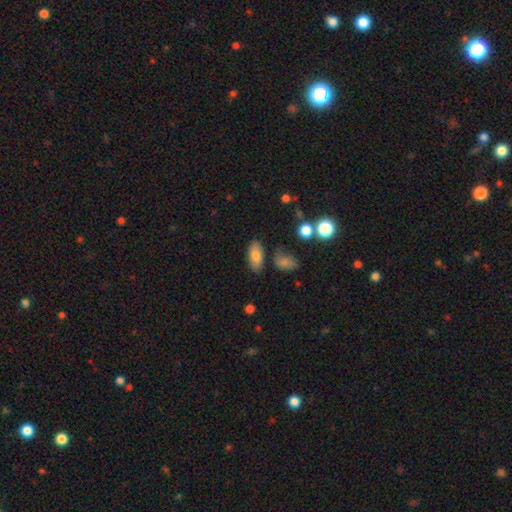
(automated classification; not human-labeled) Q: Smooth or featured?
A: smooth (79%); runner-up: featured or disk (12%)
Q: How rounded?
A: in between (88%); runner-up: cigar-shaped (8%)
Q: Merging?
A: none (76%); runner-up: minor disturbance (14%)